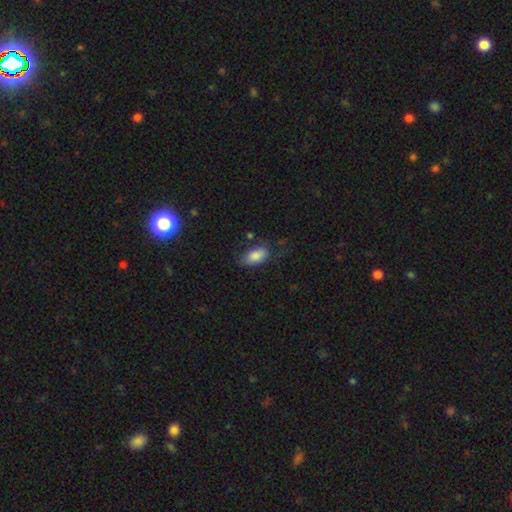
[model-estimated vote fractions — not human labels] Smooth or featured?
  - smooth: 83% *
  - featured or disk: 10%
  - star or artifact: 7%
How rounded?
  - in between: 92% *
  - cigar-shaped: 4%
  - round: 4%
Merging?
  - none: 60% *
  - minor disturbance: 26%
  - major disturbance: 11%
  - merger: 3%